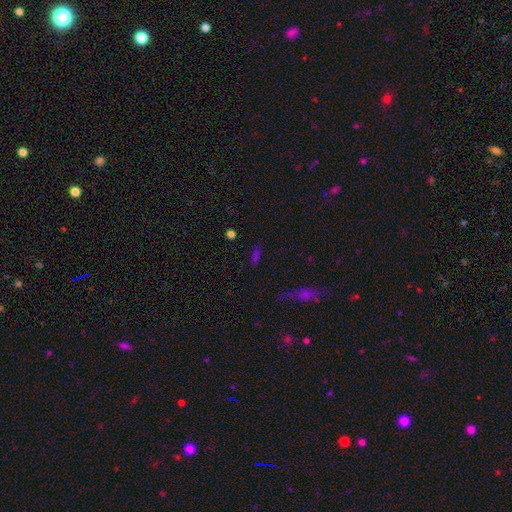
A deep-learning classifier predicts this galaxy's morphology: This is likely a smooth galaxy (65%). How rounded: possibly in between (50%). Merging: likely none (78%).